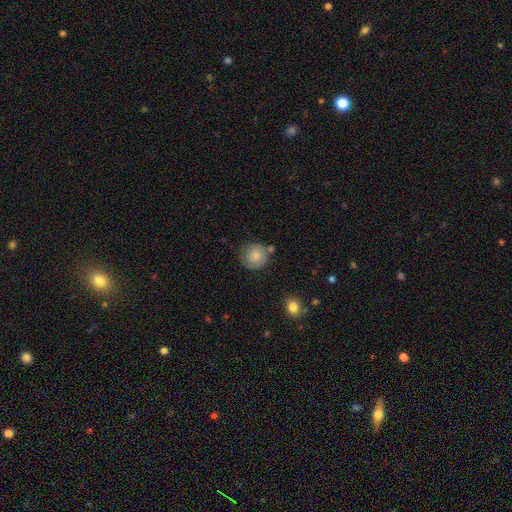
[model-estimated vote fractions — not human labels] This is clearly a smooth galaxy (81%). How rounded: clearly round (91%). Merging: likely none (72%).